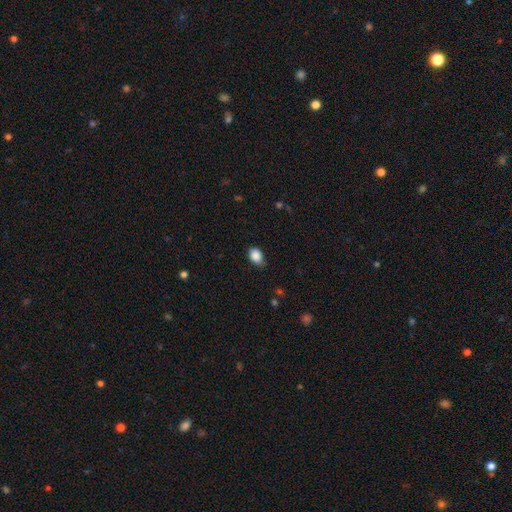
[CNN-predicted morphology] A smooth galaxy with no disk features (88%) that is in between round and cigar-shaped (75%).

Vote fractions:
- Smooth or featured? smooth: 88% / star or artifact: 8% / featured or disk: 4%
- How rounded? in between: 75% / round: 24% / cigar-shaped: 1%
- Merging? none: 68% / minor disturbance: 26% / major disturbance: 4% / merger: 1%